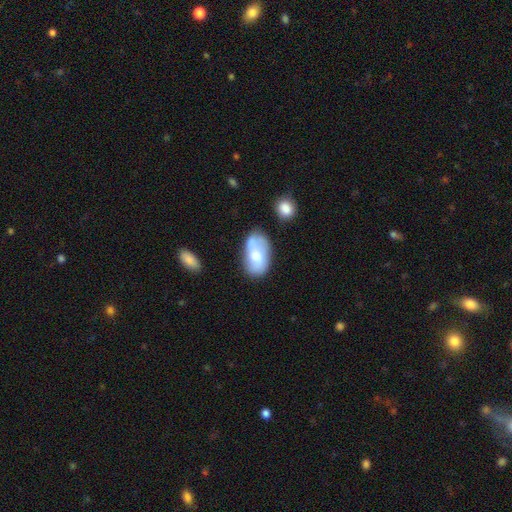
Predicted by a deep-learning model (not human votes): This is likely a smooth galaxy (60%). How rounded: clearly in between (92%). Merging: likely none (61%).